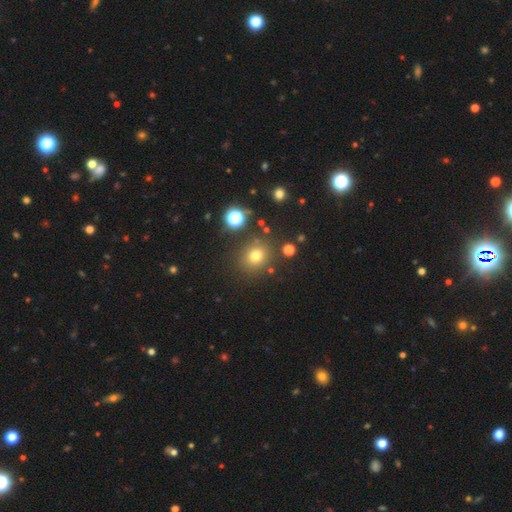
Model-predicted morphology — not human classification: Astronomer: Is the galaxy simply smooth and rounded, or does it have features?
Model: smooth — 72%.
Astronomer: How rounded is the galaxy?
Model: round — 82%.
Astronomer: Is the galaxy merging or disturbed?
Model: none — 83%.